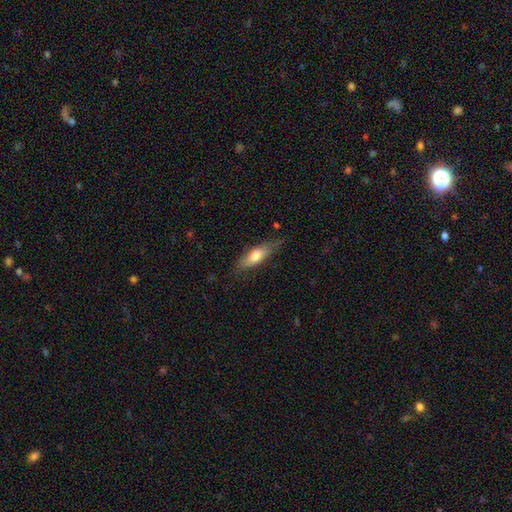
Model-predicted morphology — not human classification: Smooth or featured?
  - smooth: 65% *
  - featured or disk: 29%
  - star or artifact: 6%
How rounded?
  - in between: 51% *
  - cigar-shaped: 47%
  - round: 2%
Merging?
  - none: 70% *
  - minor disturbance: 23%
  - major disturbance: 5%
  - merger: 2%